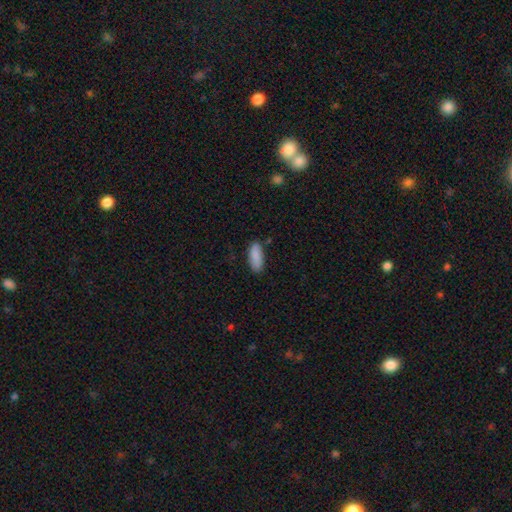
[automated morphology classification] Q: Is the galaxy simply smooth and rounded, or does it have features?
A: smooth — 87%.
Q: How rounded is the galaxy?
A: in between — 81%.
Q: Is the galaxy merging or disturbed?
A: none — 80%.